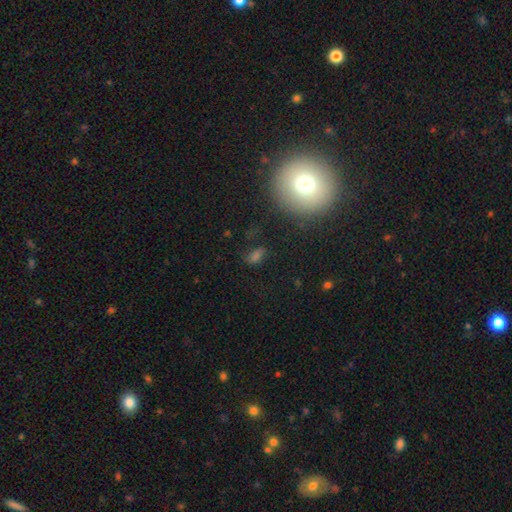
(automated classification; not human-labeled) This appears to be a smooth galaxy with no disk features (52%) that is in between round and cigar-shaped (65%). Merging: none (67%).